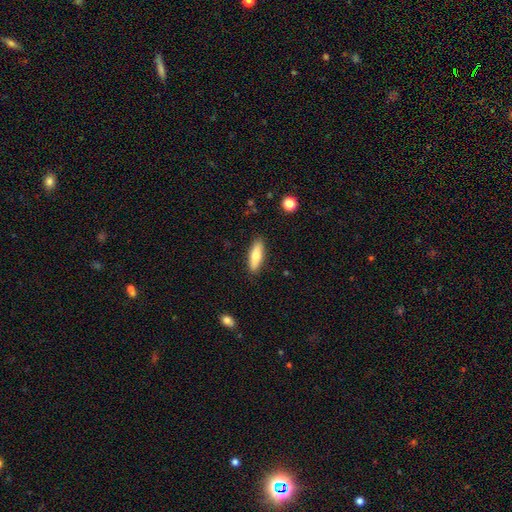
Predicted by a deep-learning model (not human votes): The model was most divided on "how rounded": cigar-shaped: 50%, in between: 48%, round: 2%. More confident: merging — none (88%); smooth or featured — smooth (74%).